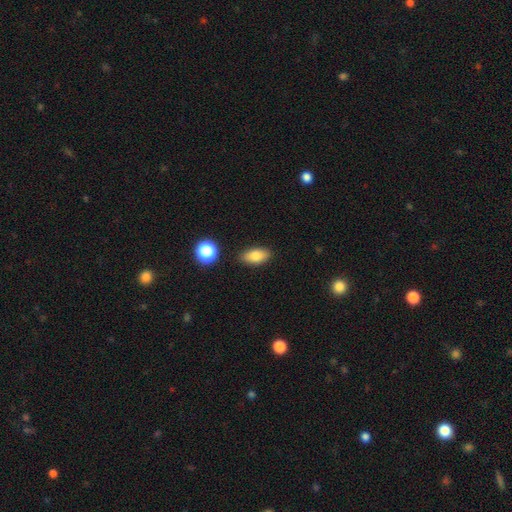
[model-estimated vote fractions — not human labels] Smooth or featured?
  - smooth: 80% *
  - featured or disk: 10%
  - star or artifact: 9%
How rounded?
  - in between: 87% *
  - round: 7%
  - cigar-shaped: 6%
Merging?
  - none: 86% *
  - minor disturbance: 9%
  - merger: 2%
  - major disturbance: 2%